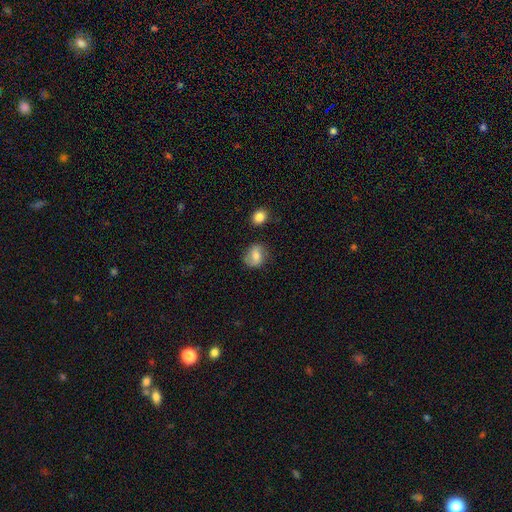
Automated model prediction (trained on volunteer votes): smooth 57%, featured or disk 35%, star or artifact 9%. Down the decision tree: how rounded — round (62%); merging — none (75%).